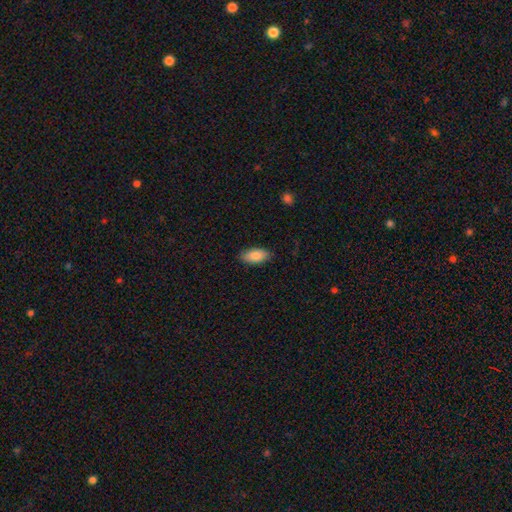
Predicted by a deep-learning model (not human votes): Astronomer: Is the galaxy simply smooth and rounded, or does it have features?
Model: smooth — 86%.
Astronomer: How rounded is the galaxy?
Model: in between — 92%.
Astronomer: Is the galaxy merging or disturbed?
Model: none — 86%.